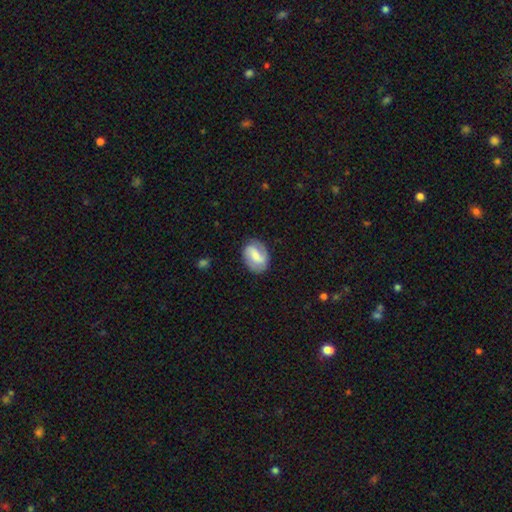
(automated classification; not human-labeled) The model was most divided on "bulge size": small: 37%, moderate: 34%, none: 18%, large: 9%, dominant: 2%. Remaining: edge-on disk — no (97%); spiral arms — yes (87%); spiral arm count — 2 (84%); merging — none (80%); smooth or featured — featured or disk (61%); bar — weak (47%); spiral winding — medium (41%).